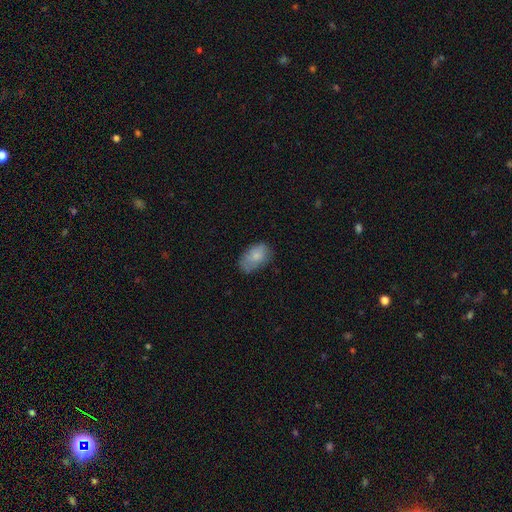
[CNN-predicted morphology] This appears to be a smooth galaxy with no disk features (79%) that is in between round and cigar-shaped (91%). Merging: none (64%).